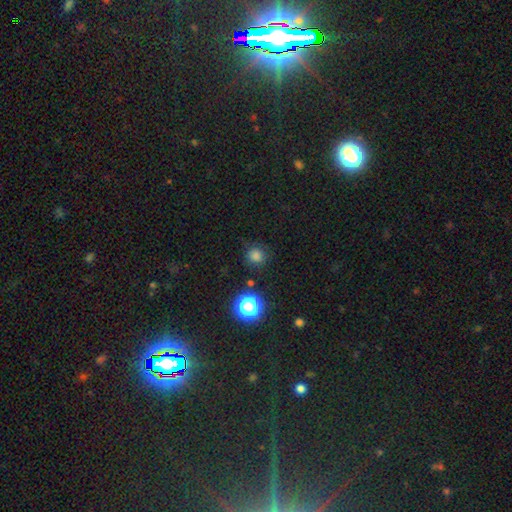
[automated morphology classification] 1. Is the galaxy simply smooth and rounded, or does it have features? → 76% smooth, 20% star or artifact, 5% featured or disk.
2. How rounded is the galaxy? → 91% round, 8% in between, 1% cigar-shaped.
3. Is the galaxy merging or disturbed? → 81% none, 12% minor disturbance, 4% major disturbance, 2% merger.